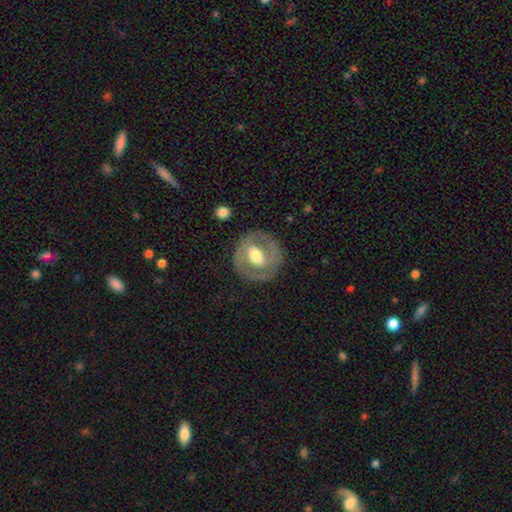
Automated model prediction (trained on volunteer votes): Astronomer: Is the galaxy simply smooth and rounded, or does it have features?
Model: featured or disk — 62%.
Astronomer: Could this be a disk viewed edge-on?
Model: no — 95%.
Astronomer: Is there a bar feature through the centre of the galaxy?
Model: weak — 38% (runner-up: no, 34%).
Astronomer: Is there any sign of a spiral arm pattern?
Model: no — 65%.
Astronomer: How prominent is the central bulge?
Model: moderate — 69%.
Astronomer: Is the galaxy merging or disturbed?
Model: none — 81%.